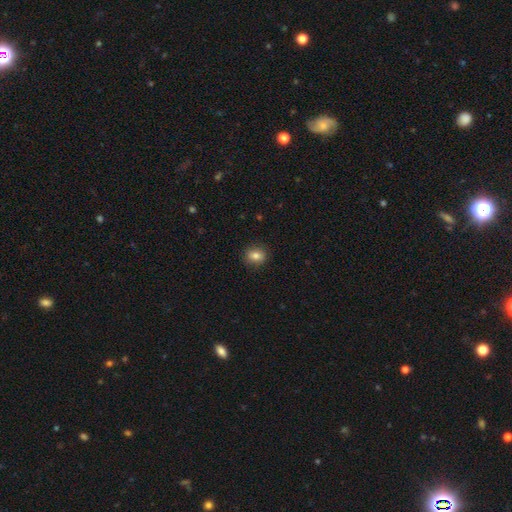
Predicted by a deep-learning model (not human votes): A smooth galaxy with no disk features (81%) that is round (56%).

Vote fractions:
- Smooth or featured? smooth: 81% / star or artifact: 10% / featured or disk: 10%
- How rounded? round: 56% / in between: 43% / cigar-shaped: 2%
- Merging? none: 88% / minor disturbance: 9% / major disturbance: 2% / merger: 1%